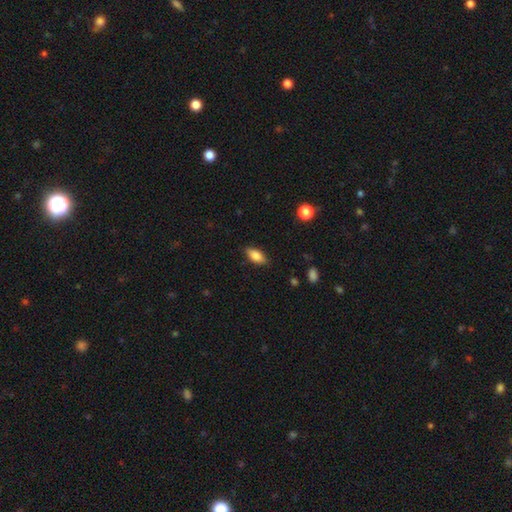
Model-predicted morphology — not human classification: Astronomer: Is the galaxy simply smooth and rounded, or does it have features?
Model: smooth — 85%.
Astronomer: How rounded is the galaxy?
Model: in between — 89%.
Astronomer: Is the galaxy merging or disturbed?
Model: none — 85%.